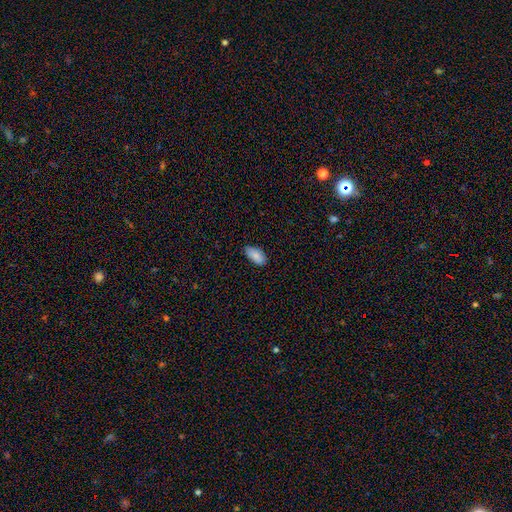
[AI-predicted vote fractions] Smooth or featured?
  - smooth: 85% *
  - featured or disk: 8%
  - star or artifact: 7%
How rounded?
  - in between: 93% *
  - cigar-shaped: 5%
  - round: 2%
Merging?
  - none: 81% *
  - minor disturbance: 16%
  - major disturbance: 2%
  - merger: 1%